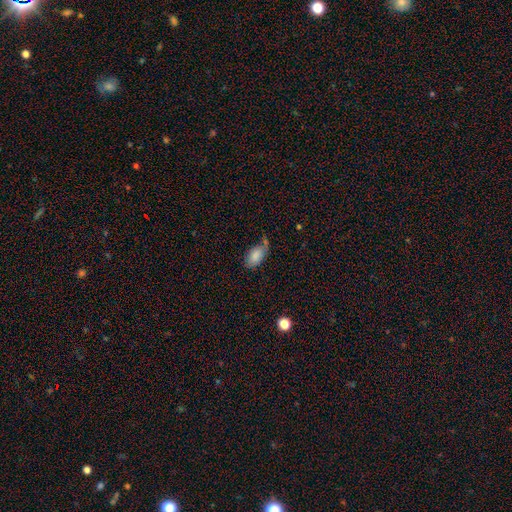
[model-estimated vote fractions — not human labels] This is clearly a smooth galaxy (84%). How rounded: clearly in between (93%). Merging: possibly none (49%).